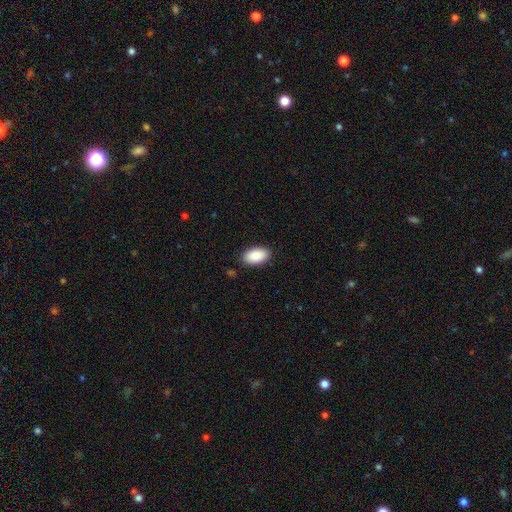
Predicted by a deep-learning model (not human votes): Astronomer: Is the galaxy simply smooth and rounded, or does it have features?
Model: smooth — 89%.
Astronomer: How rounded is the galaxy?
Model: in between — 95%.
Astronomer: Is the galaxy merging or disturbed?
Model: none — 87%.